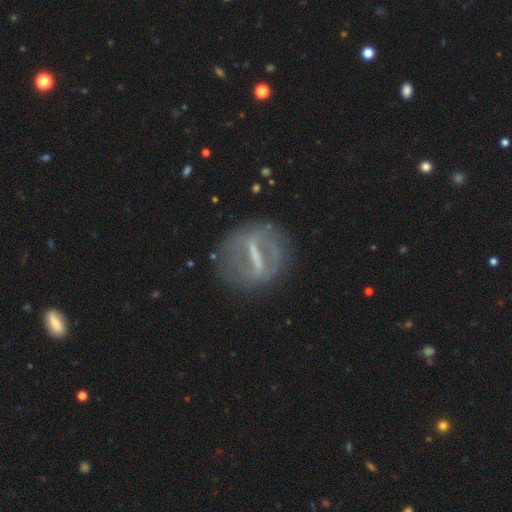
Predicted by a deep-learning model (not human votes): smooth-or-featured: featured or disk: 78% | smooth: 14% | star or artifact: 9%
  disk-edge-on: no: 81% | yes: 19%
    bar: strong: 83% | weak: 13% | no: 5%
    has-spiral-arms: no: 56% | yes: 44%
    bulge-size: none: 44% | small: 32% | moderate: 18% | large: 4% | dominant: 1%
  merging: none: 77% | minor disturbance: 13% | major disturbance: 8% | merger: 2%